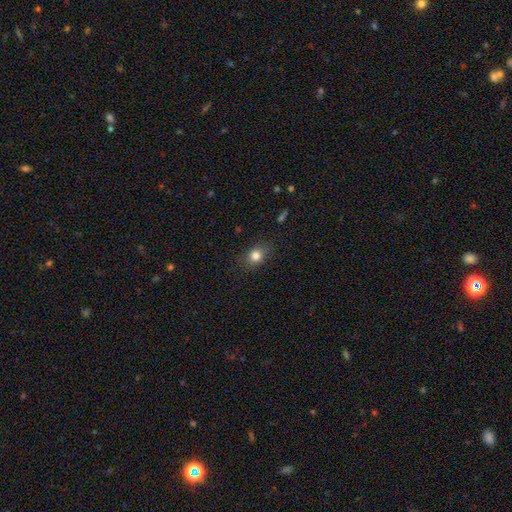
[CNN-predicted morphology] smooth-or-featured: smooth: 81% | star or artifact: 11% | featured or disk: 8%
  how-rounded: round: 50% | in between: 48% | cigar-shaped: 2%
  merging: none: 84% | minor disturbance: 12% | major disturbance: 3% | merger: 1%